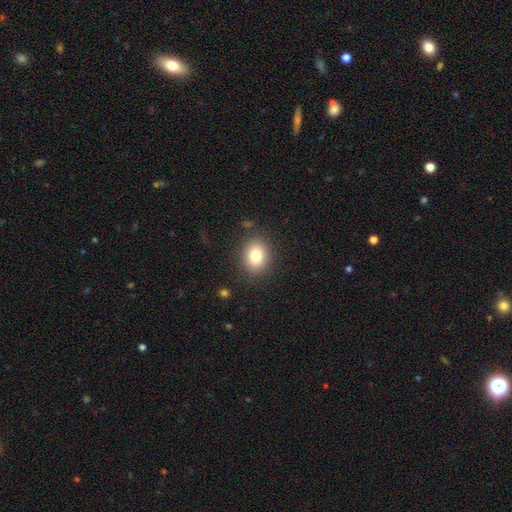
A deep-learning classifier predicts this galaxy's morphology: A smooth galaxy with no disk features (81%) that is round (56%).

Vote fractions:
- Smooth or featured? smooth: 81% / star or artifact: 11% / featured or disk: 9%
- How rounded? round: 56% / in between: 43% / cigar-shaped: 1%
- Merging? none: 86% / minor disturbance: 9% / major disturbance: 3% / merger: 2%